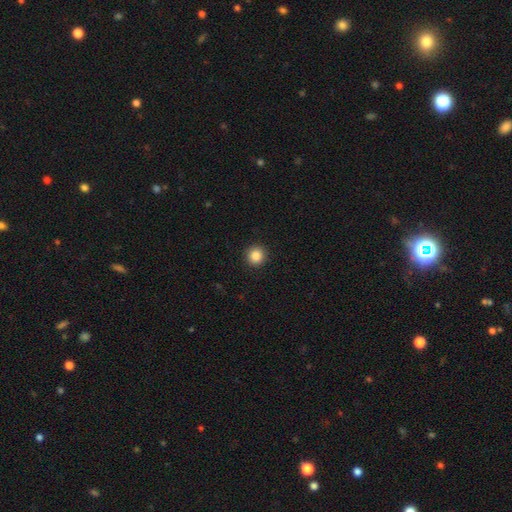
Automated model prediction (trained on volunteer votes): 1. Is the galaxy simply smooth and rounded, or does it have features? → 86% smooth, 10% star or artifact, 4% featured or disk.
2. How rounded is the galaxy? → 94% round, 5% in between, 1% cigar-shaped.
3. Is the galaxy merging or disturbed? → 93% none, 5% minor disturbance, 2% major disturbance, 1% merger.